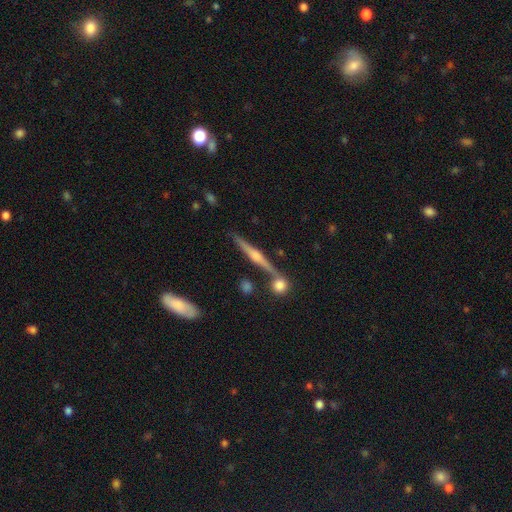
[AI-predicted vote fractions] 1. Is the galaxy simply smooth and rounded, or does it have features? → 74% featured or disk, 19% smooth, 7% star or artifact.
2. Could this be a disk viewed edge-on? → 97% yes, 3% no.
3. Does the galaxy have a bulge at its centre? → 82% rounded, 10% boxy, 8% none.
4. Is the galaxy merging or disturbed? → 79% none, 9% minor disturbance, 9% merger, 3% major disturbance.